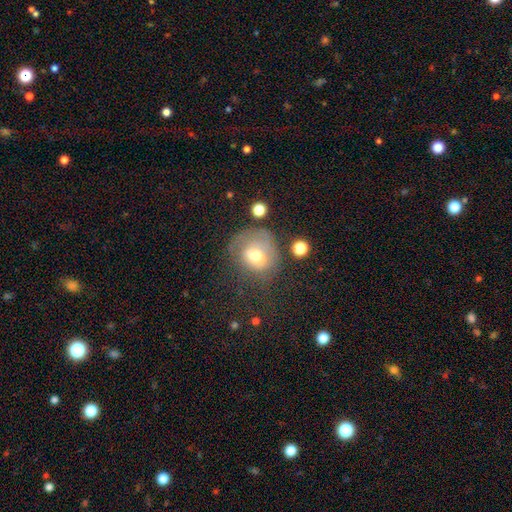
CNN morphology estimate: Smooth or featured: smooth — 57% (featured or disk — 31%)
How rounded: round — 76% (in between — 23%)
Merging: none — 44% (minor disturbance — 26%)